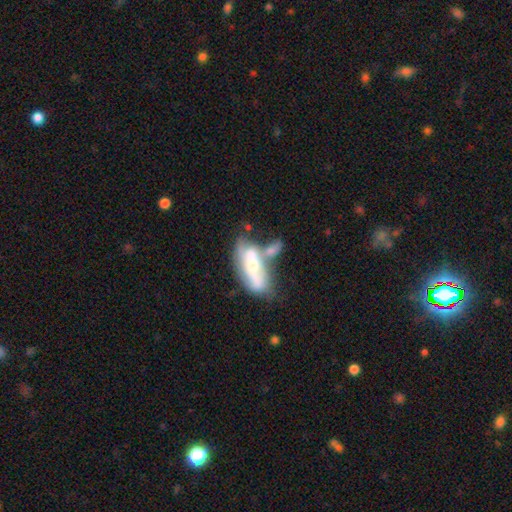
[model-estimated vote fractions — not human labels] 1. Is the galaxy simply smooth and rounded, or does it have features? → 52% featured or disk, 39% smooth, 9% star or artifact.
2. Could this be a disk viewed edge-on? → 79% no, 21% yes.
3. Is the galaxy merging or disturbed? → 43% merger, 27% none, 17% minor disturbance, 13% major disturbance.